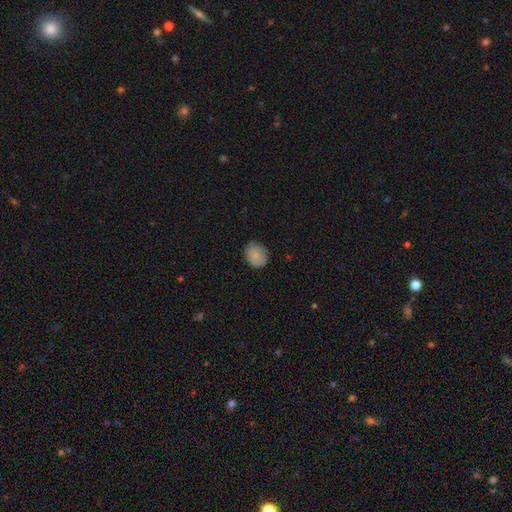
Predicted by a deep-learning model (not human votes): Smooth or featured? smooth (82%)
How rounded? round (57%)
Merging? none (77%)